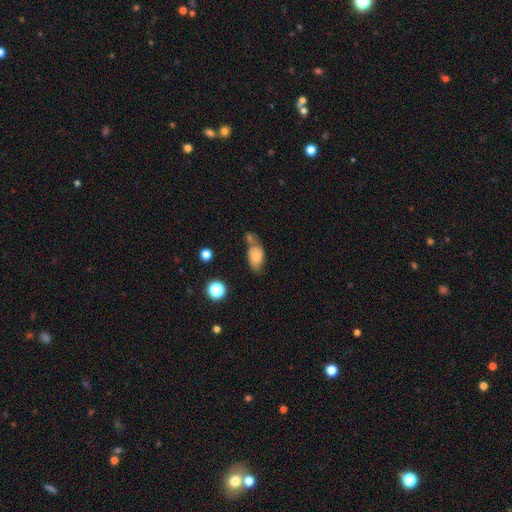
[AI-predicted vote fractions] Q: Smooth or featured?
A: smooth (74%); runner-up: featured or disk (17%)
Q: How rounded?
A: in between (88%); runner-up: round (9%)
Q: Merging?
A: none (43%); runner-up: merger (25%)